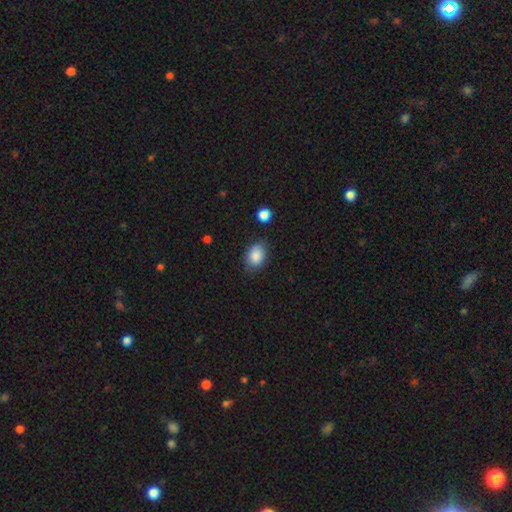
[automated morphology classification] Smooth or featured? Predicted: smooth (p=0.87). How rounded? Predicted: in between (p=0.69). Merging? Predicted: none (p=0.75).